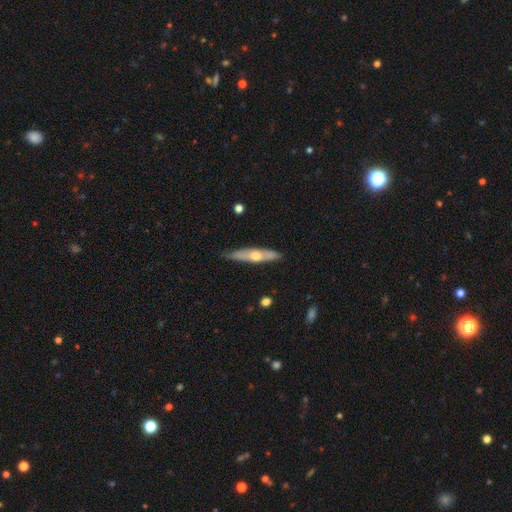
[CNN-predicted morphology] A featured or disk galaxy (56%) viewed edge-on (83%). Merging: none (81%).